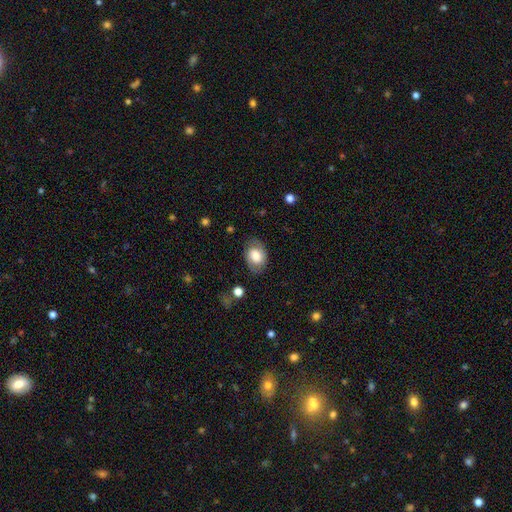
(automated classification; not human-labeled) smooth-or-featured: smooth: 60% | featured or disk: 32% | star or artifact: 8%
  how-rounded: in between: 78% | round: 21% | cigar-shaped: 1%
  merging: none: 78% | minor disturbance: 15% | major disturbance: 5% | merger: 1%